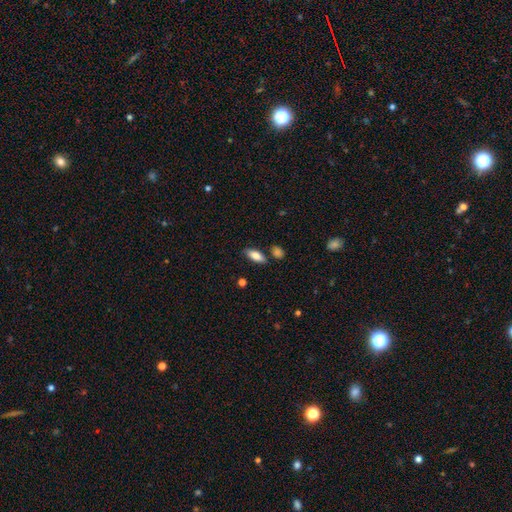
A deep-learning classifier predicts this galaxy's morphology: This is clearly a smooth galaxy (81%). How rounded: likely in between (79%). Merging: clearly none (81%).